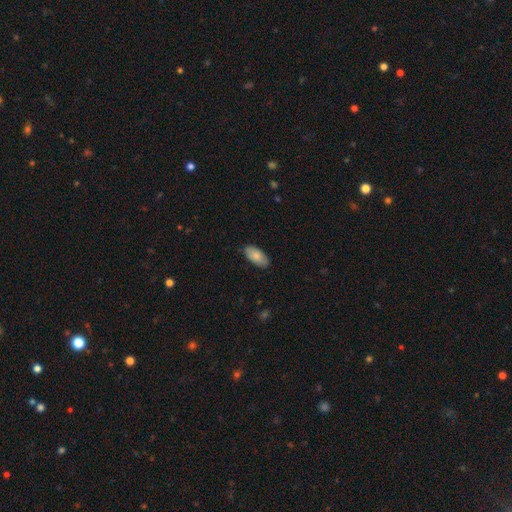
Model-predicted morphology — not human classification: Q: Smooth or featured?
A: smooth (82%); runner-up: featured or disk (12%)
Q: How rounded?
A: in between (94%); runner-up: cigar-shaped (4%)
Q: Merging?
A: none (83%); runner-up: minor disturbance (14%)